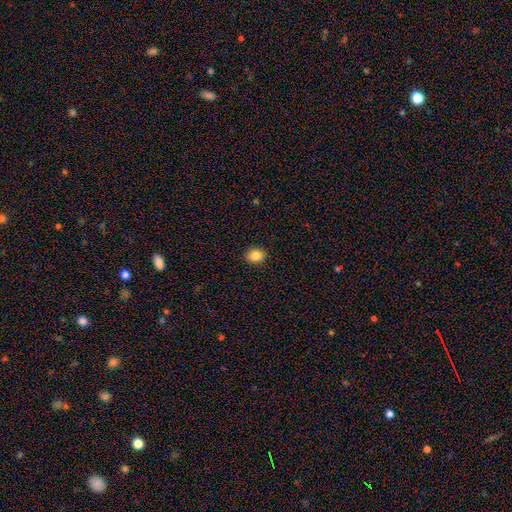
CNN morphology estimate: This is clearly a smooth galaxy (85%). How rounded: possibly round (50%). Merging: clearly none (91%).